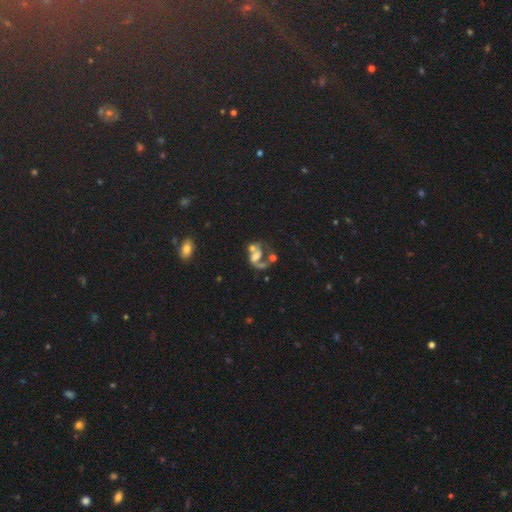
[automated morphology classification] The model was most divided on "bulge size": moderate: 32%, none: 25%, small: 21%, large: 18%, dominant: 5%. Remaining: edge-on disk — no (97%); bar — no (65%); spiral arms — yes (58%); smooth or featured — featured or disk (57%); merging — merger (45%).